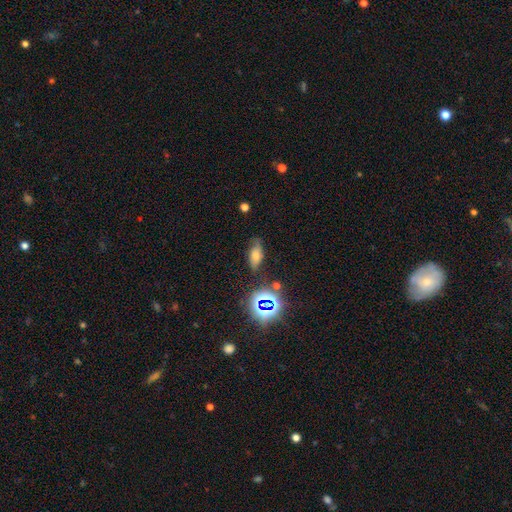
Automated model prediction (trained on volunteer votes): smooth-or-featured: smooth: 46% | star or artifact: 30% | featured or disk: 24%
  merging: none: 68% | minor disturbance: 22% | major disturbance: 7% | merger: 3%